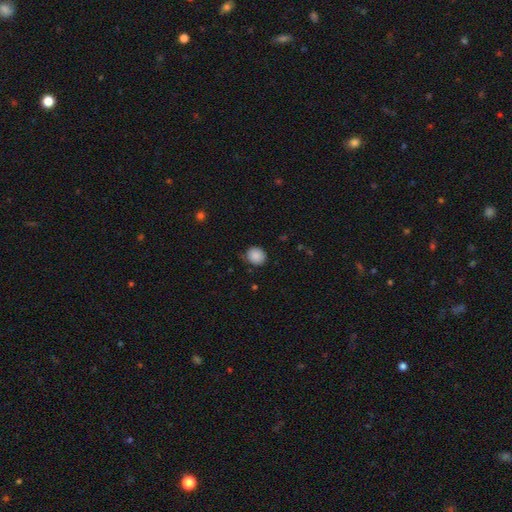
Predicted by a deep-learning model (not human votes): smooth 88%, star or artifact 9%, featured or disk 3%. Down the decision tree: how rounded — round (77%); merging — none (76%).